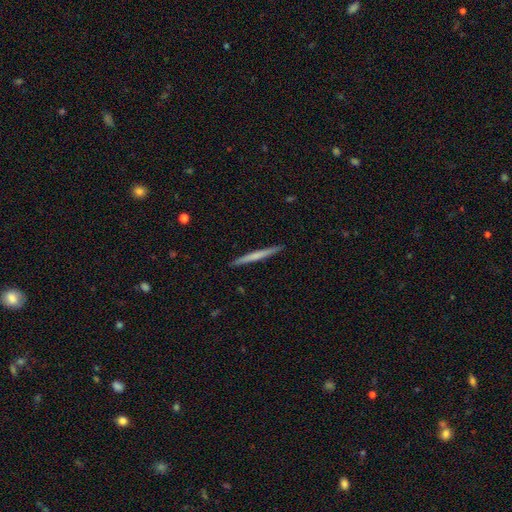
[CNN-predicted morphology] A smooth galaxy with no disk features (54%) that is cigar-shaped (97%).

Vote fractions:
- Smooth or featured? smooth: 54% / featured or disk: 41% / star or artifact: 5%
- How rounded? cigar-shaped: 97% / in between: 2% / round: 1%
- Merging? none: 92% / minor disturbance: 6% / major disturbance: 1% / merger: 1%